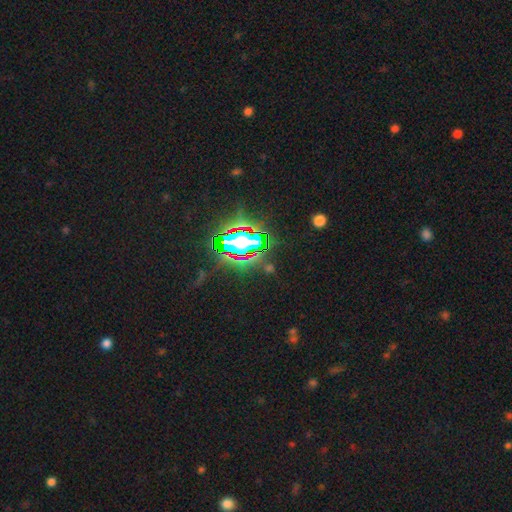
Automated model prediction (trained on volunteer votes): Morphology: type=star or artifact (83%).